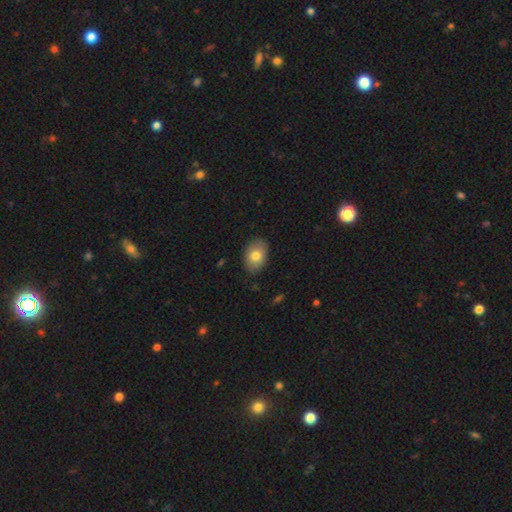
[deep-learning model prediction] smooth 79%, featured or disk 14%, star or artifact 7%. Down the decision tree: how rounded — in between (85%); merging — none (86%).